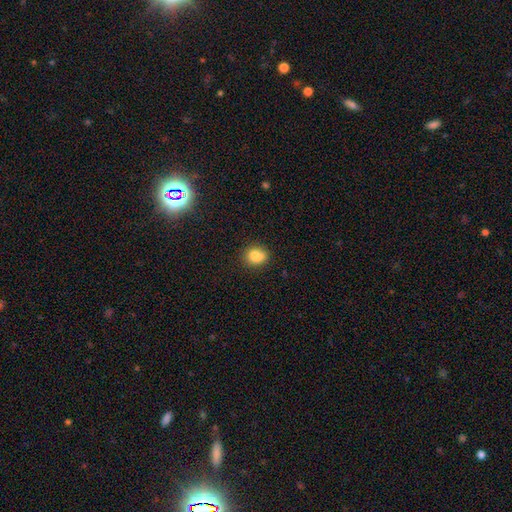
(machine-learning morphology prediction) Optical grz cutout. It shows a smooth galaxy with no disk features (84%) that is round (54%). Merging: none (76%).